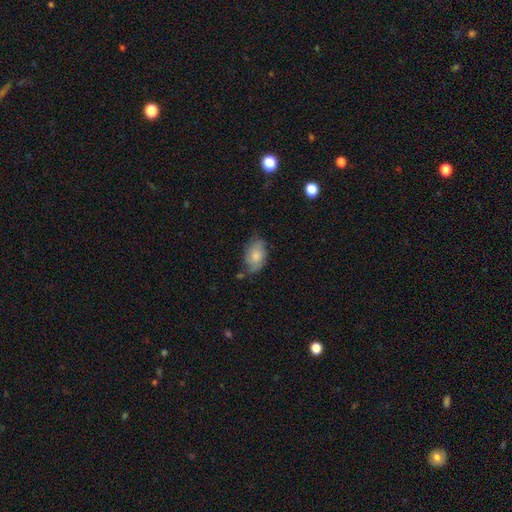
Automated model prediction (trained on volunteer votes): Overall: smooth (72%). How rounded: in between (88%). Merging: none (57%; minor disturbance 32%).